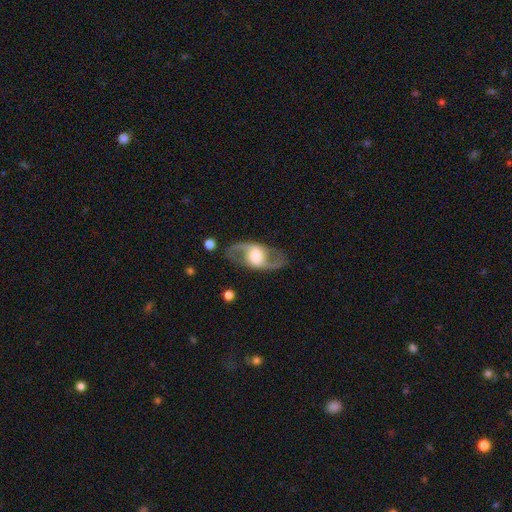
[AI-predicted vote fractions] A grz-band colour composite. It shows a featured or disk galaxy (80%) with no bar (47%), 2 (91%) medium (46%) spiral arms (85%) and a moderate central bulge (40%). Merging: none (81%).